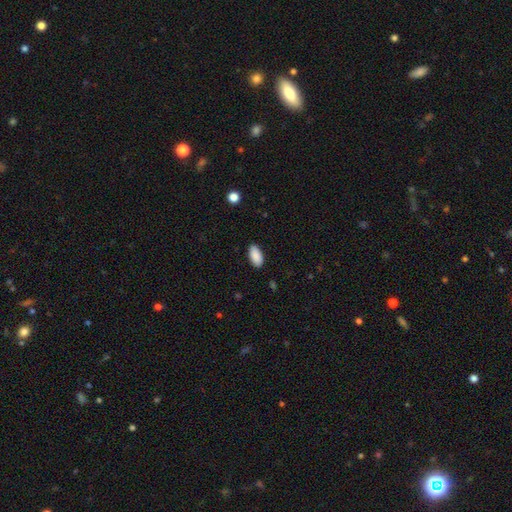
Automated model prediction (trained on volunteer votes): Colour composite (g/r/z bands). It shows a smooth galaxy with no disk features (90%) that is in between round and cigar-shaped (93%). Merging: none (89%).